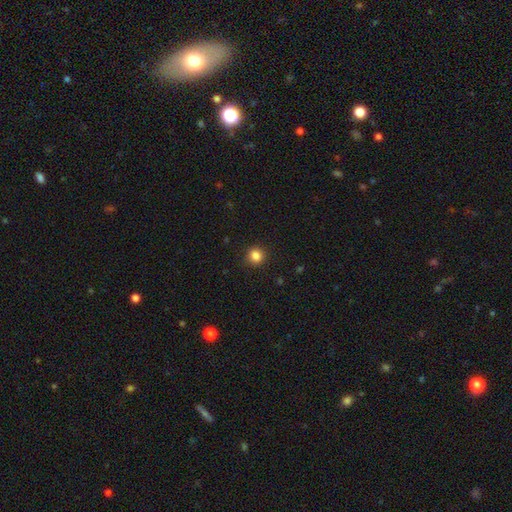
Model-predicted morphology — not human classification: This is clearly a smooth galaxy (85%). How rounded: clearly round (91%). Merging: clearly none (91%).